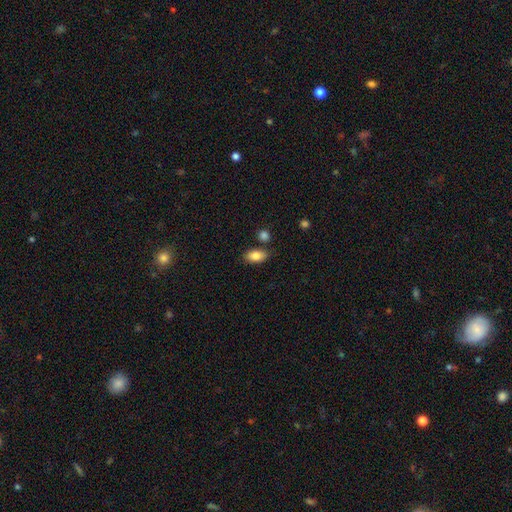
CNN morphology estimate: Q: Smooth or featured?
A: smooth (83%); runner-up: featured or disk (9%)
Q: How rounded?
A: in between (89%); runner-up: round (7%)
Q: Merging?
A: none (78%); runner-up: minor disturbance (12%)